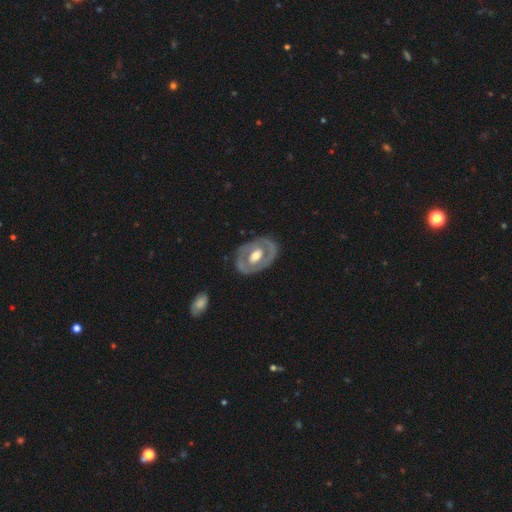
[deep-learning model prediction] Smooth or featured?
  - featured or disk: 70% *
  - smooth: 26%
  - star or artifact: 4%
Edge-on disk?
  - no: 94% *
  - yes: 6%
Bar?
  - no: 52% *
  - weak: 32%
  - strong: 16%
Spiral arms?
  - no: 61% *
  - yes: 39%
Bulge size?
  - moderate: 60% *
  - large: 30%
  - small: 7%
  - dominant: 2%
  - none: 1%
Merging?
  - none: 79% *
  - minor disturbance: 14%
  - major disturbance: 5%
  - merger: 1%